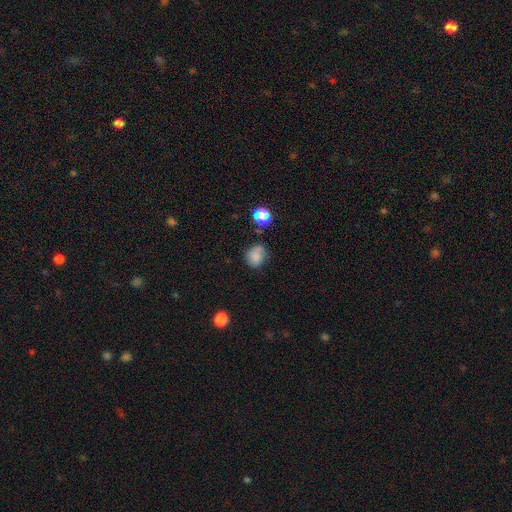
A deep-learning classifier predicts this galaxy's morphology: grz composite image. It shows a smooth galaxy with no disk features (73%) that is round (67%). Merging: none (56%).